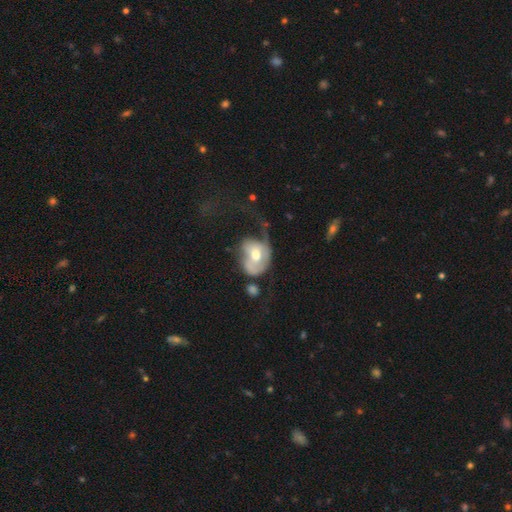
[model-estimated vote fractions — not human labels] smooth 49%, featured or disk 44%, star or artifact 7%. Down the decision tree: merging — major disturbance (50%).